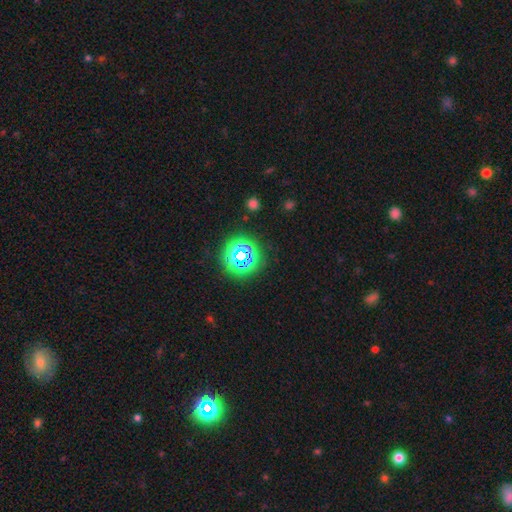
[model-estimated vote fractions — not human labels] Smooth or featured: smooth — 67% (star or artifact — 27%)
How rounded: round — 95% (in between — 4%)
Merging: none — 92% (minor disturbance — 4%)